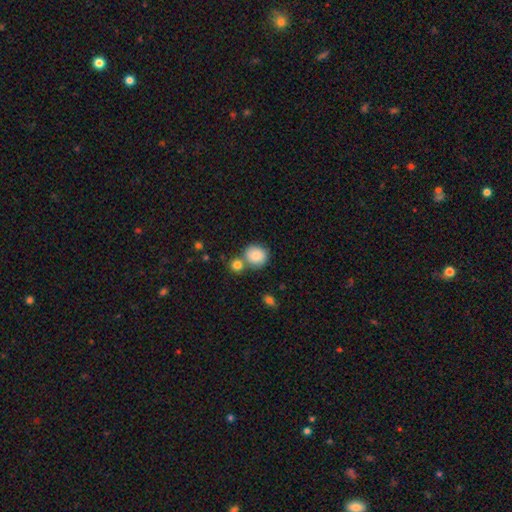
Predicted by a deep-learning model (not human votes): Q: Smooth or featured?
A: smooth (85%); runner-up: star or artifact (8%)
Q: How rounded?
A: round (83%); runner-up: in between (16%)
Q: Merging?
A: none (56%); runner-up: merger (29%)